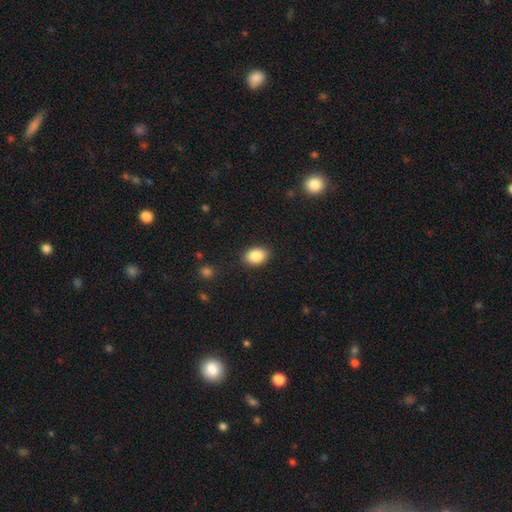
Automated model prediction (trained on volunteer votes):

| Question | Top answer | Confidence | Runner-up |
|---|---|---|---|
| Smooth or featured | smooth | 88% | star or artifact (8%) |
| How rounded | in between | 80% | round (19%) |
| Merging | none | 88% | minor disturbance (9%) |